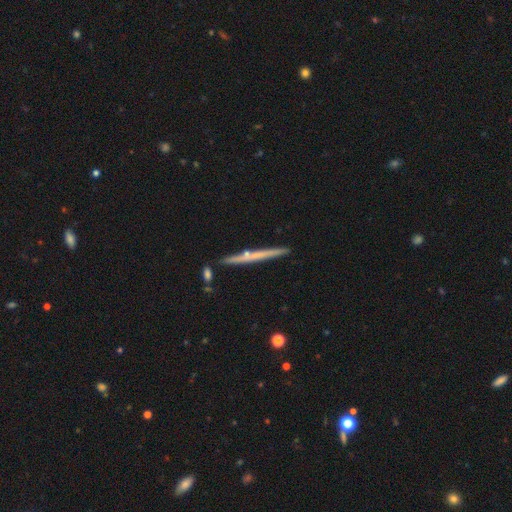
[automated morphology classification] A featured or disk galaxy (60%) viewed edge-on (97%) with no central bulge (69%). Merging: none (87%).